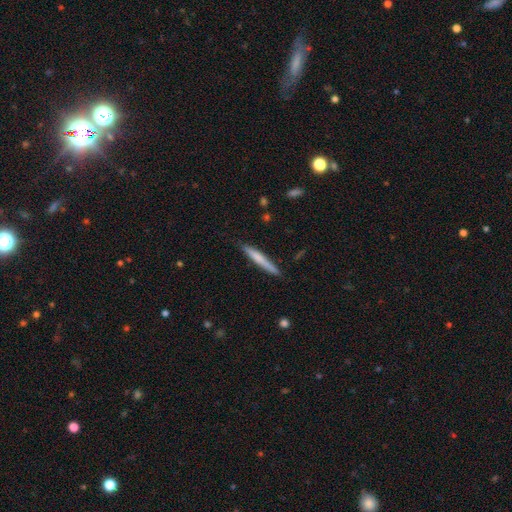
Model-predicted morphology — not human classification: Q: Smooth or featured?
A: smooth (59%); runner-up: featured or disk (35%)
Q: How rounded?
A: cigar-shaped (96%); runner-up: in between (3%)
Q: Merging?
A: none (87%); runner-up: minor disturbance (10%)